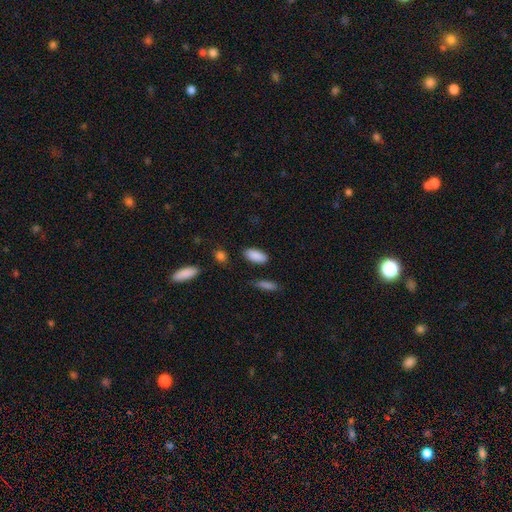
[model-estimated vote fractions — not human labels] A smooth galaxy with no disk features (89%) that is in between round and cigar-shaped (90%).

Vote fractions:
- Smooth or featured? smooth: 89% / star or artifact: 7% / featured or disk: 4%
- How rounded? in between: 90% / cigar-shaped: 7% / round: 2%
- Merging? none: 85% / minor disturbance: 10% / major disturbance: 2% / merger: 2%